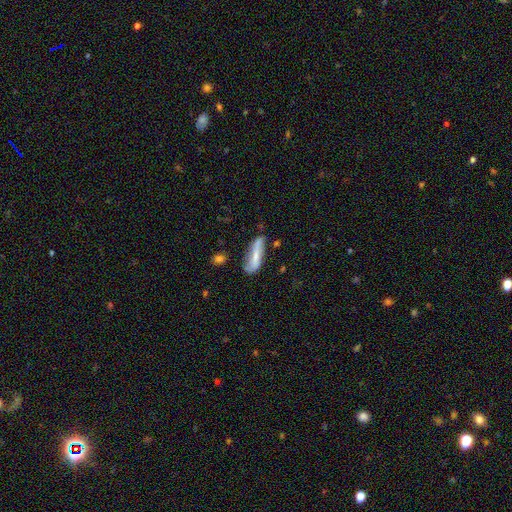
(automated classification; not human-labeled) This is possibly a featured or disk galaxy (50%). Merging: possibly none (54%).